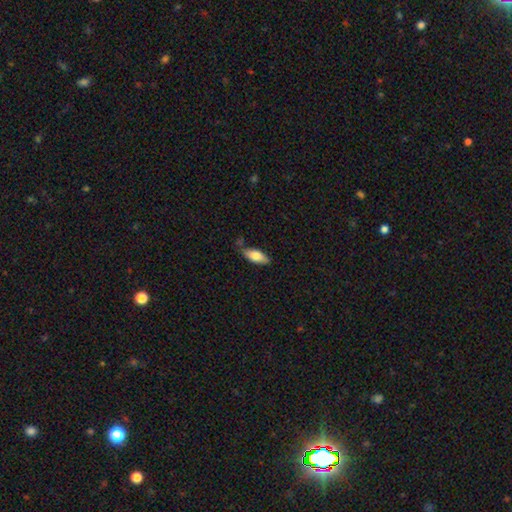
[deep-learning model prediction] smooth 78%, featured or disk 16%, star or artifact 6%. Down the decision tree: how rounded — in between (80%); merging — none (71%).